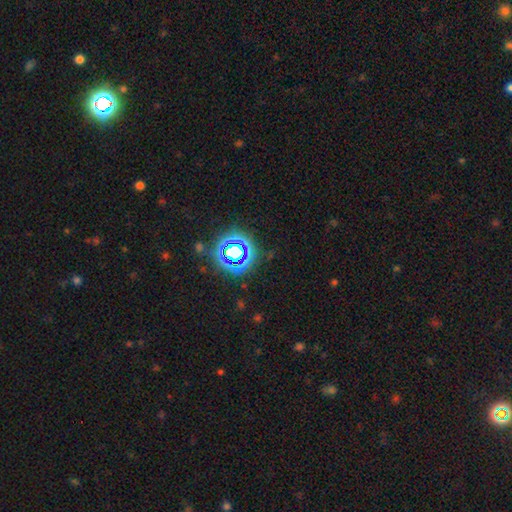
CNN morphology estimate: smooth-or-featured: star or artifact: 78% | smooth: 15% | featured or disk: 7%